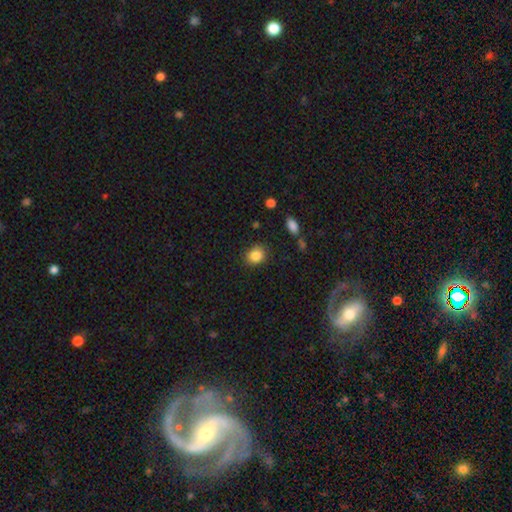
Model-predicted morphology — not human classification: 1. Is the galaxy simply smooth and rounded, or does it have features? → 85% smooth, 10% star or artifact, 5% featured or disk.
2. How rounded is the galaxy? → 69% round, 30% in between, 1% cigar-shaped.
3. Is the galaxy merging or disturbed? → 85% none, 10% minor disturbance, 3% major disturbance, 2% merger.